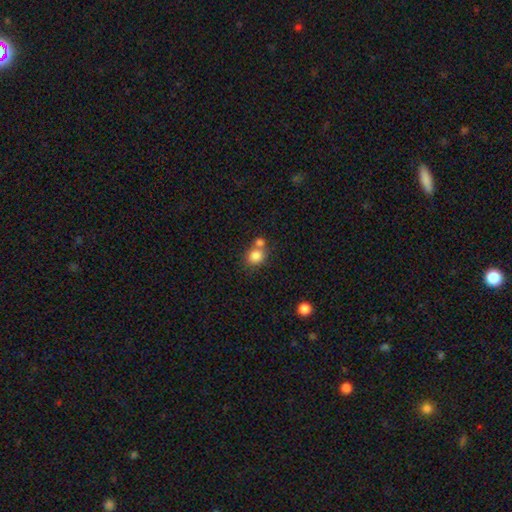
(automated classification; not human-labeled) smooth 83%, star or artifact 10%, featured or disk 7%. Down the decision tree: how rounded — round (76%); merging — none (50%).